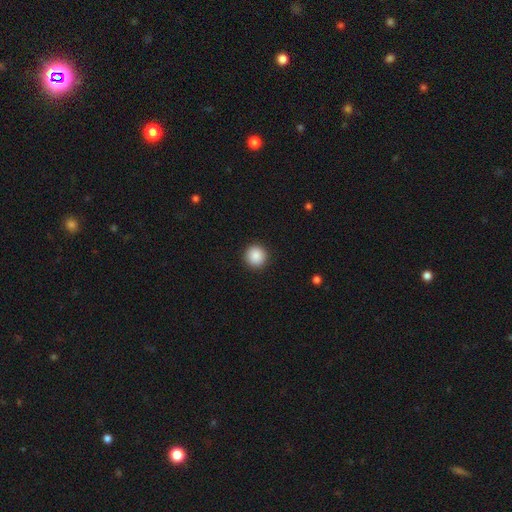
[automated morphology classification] Smooth or featured? Predicted: smooth (p=0.89). How rounded? Predicted: round (p=0.95). Merging? Predicted: none (p=0.93).